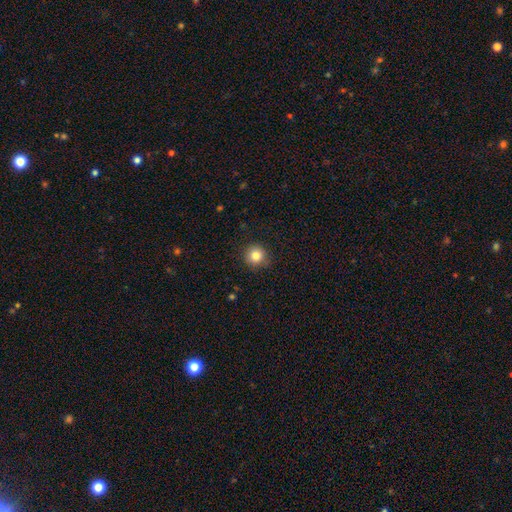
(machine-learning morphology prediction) smooth_or_featured: smooth (p=0.84) [alt: star or artifact p=0.11]
how_rounded: round (p=0.94) [alt: in between p=0.05]
merging: none (p=0.89) [alt: minor disturbance p=0.08]